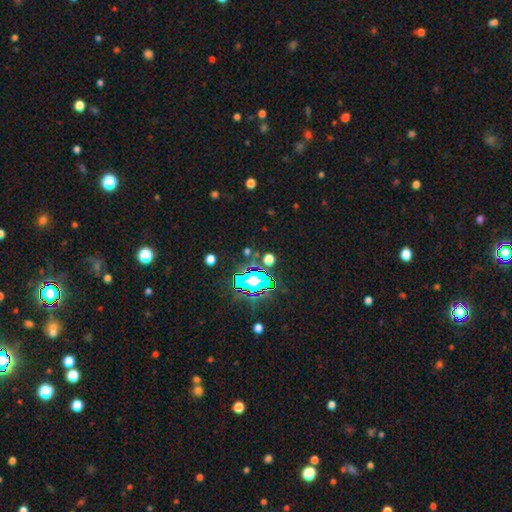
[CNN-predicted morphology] Smooth or featured? star or artifact (79%)